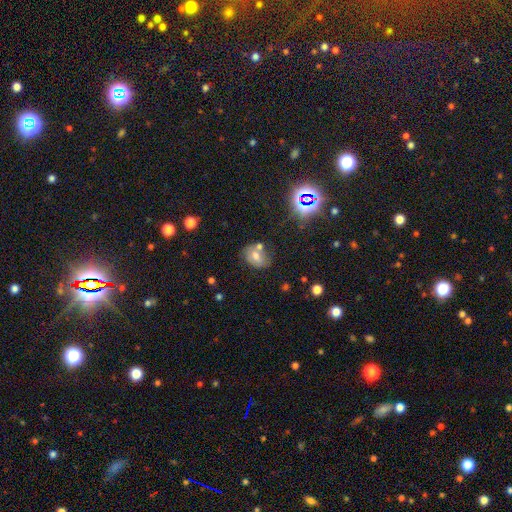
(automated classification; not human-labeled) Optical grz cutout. It shows a smooth galaxy with no disk features (59%) that is in between round and cigar-shaped (67%). Merging: none (56%).